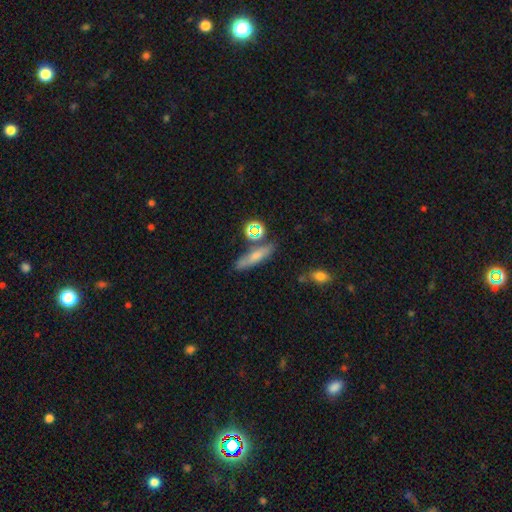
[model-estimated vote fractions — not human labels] Smooth or featured? Predicted: smooth (p=0.65). How rounded? Predicted: cigar-shaped (p=0.64). Merging? Predicted: none (p=0.71).